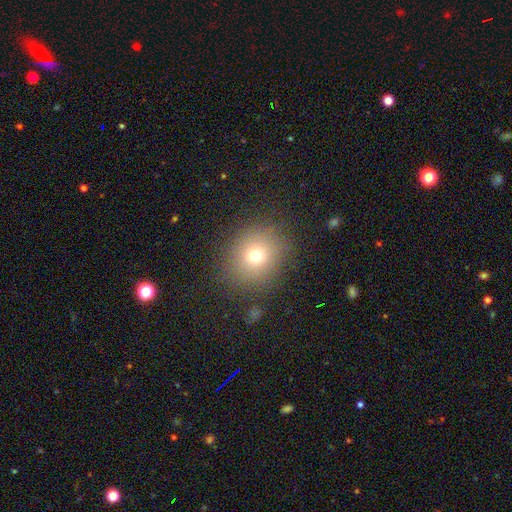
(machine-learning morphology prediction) A smooth galaxy with no disk features (70%) that is round (82%). Merging: none (84%).